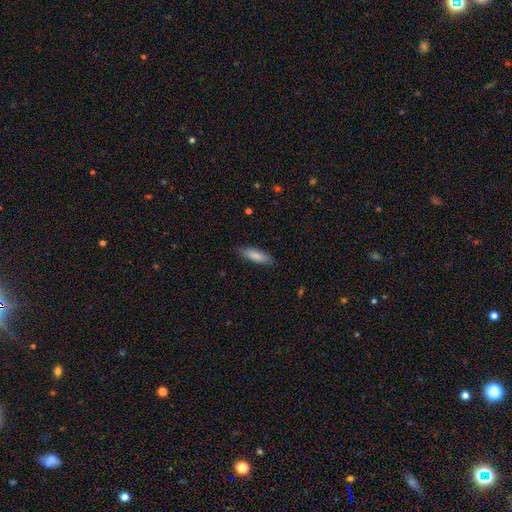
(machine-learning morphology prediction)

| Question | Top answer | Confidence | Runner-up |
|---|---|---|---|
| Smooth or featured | smooth | 85% | featured or disk (10%) |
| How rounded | cigar-shaped | 56% | in between (42%) |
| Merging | none | 85% | minor disturbance (12%) |